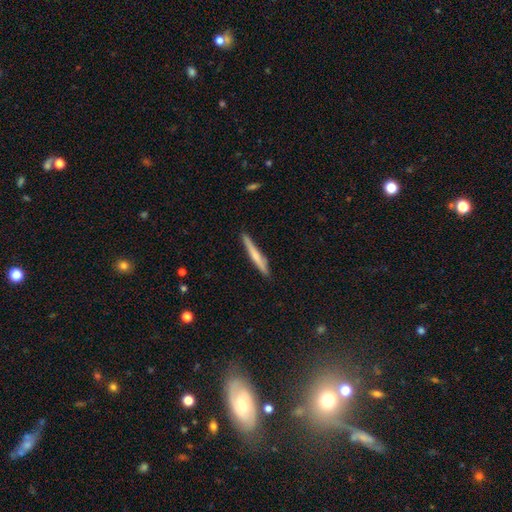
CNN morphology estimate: Smooth or featured? Predicted: smooth (p=0.57). How rounded? Predicted: cigar-shaped (p=0.96). Merging? Predicted: none (p=0.88).